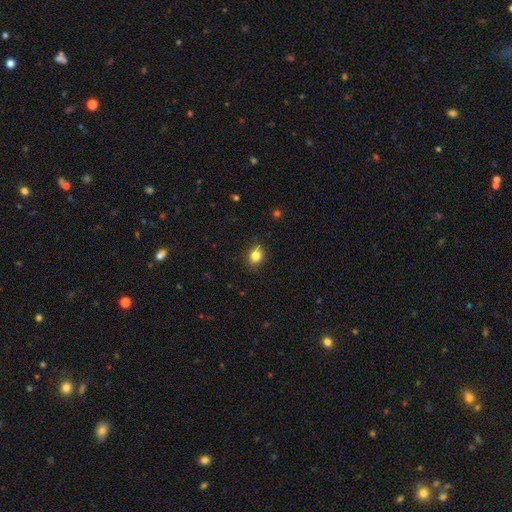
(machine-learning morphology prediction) A smooth galaxy with no disk features (84%) that is in between round and cigar-shaped (52%).

Vote fractions:
- Smooth or featured? smooth: 84% / star or artifact: 10% / featured or disk: 6%
- How rounded? in between: 52% / round: 47% / cigar-shaped: 1%
- Merging? none: 86% / minor disturbance: 11% / major disturbance: 2% / merger: 1%